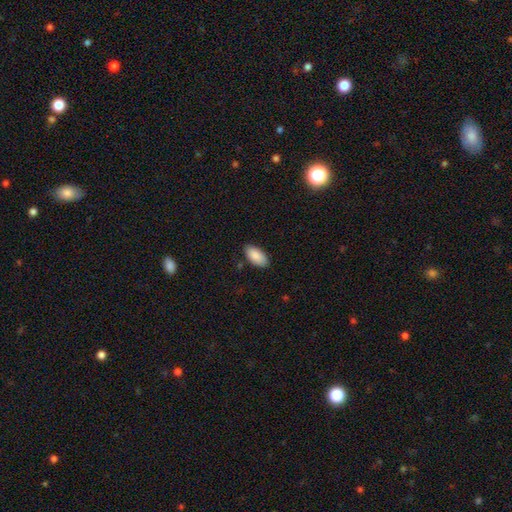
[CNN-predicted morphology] Smooth or featured? smooth (89%)
How rounded? in between (94%)
Merging? none (82%)